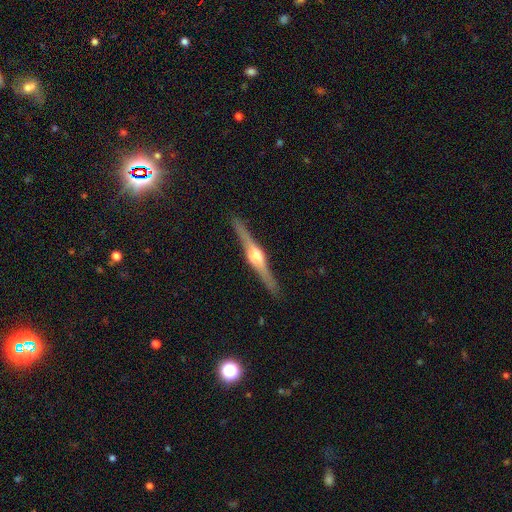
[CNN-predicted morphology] This is clearly a featured or disk galaxy (83%). It is clearly viewed edge-on (98%). Edge-on bulge: clearly rounded (92%). Merging: clearly none (91%).